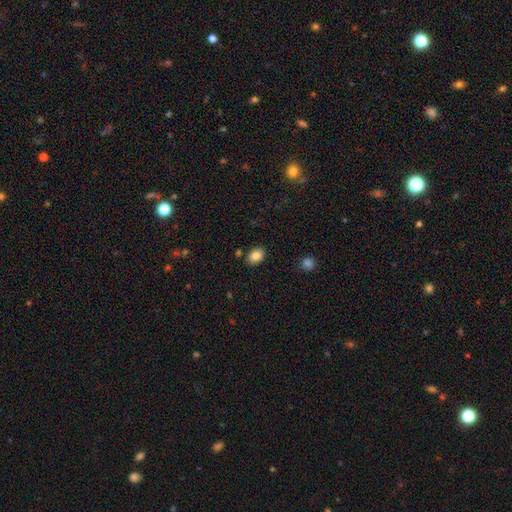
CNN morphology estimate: Smooth or featured?
  - smooth: 85% *
  - star or artifact: 8%
  - featured or disk: 6%
How rounded?
  - in between: 79% *
  - round: 20%
  - cigar-shaped: 1%
Merging?
  - none: 84% *
  - minor disturbance: 11%
  - merger: 3%
  - major disturbance: 2%